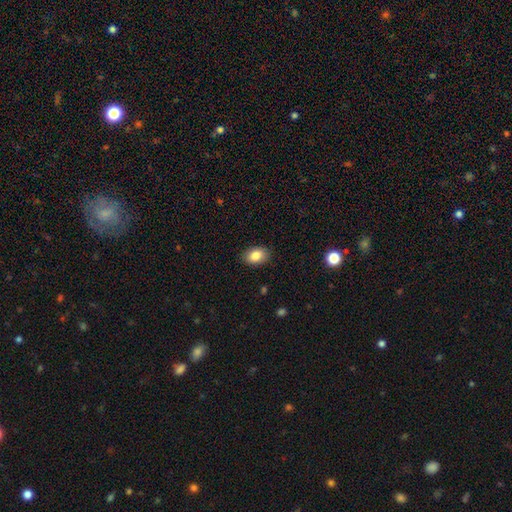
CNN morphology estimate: smooth-or-featured: smooth: 85% | star or artifact: 8% | featured or disk: 7%
  how-rounded: in between: 85% | round: 13% | cigar-shaped: 1%
  merging: none: 88% | minor disturbance: 9% | major disturbance: 2% | merger: 1%